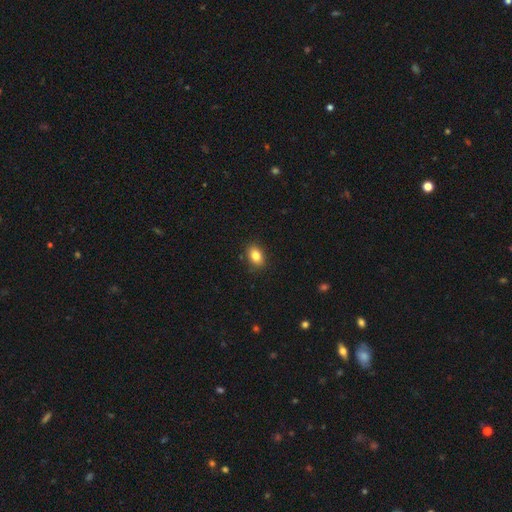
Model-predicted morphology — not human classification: type=smooth (84%); roundness=in between (83%); merging=none (88%).